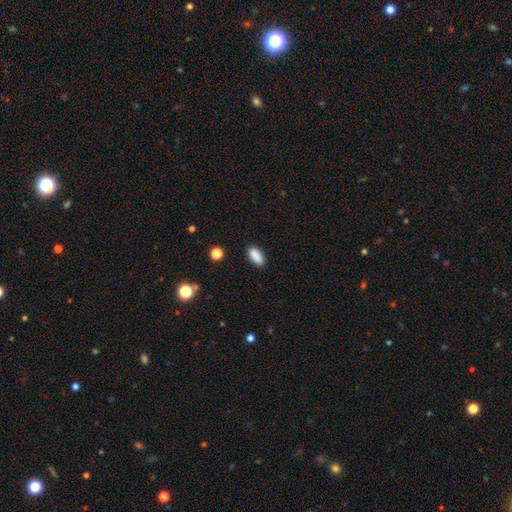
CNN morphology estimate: smooth_or_featured: smooth (p=0.88) [alt: star or artifact p=0.08]
how_rounded: in between (p=0.85) [alt: cigar-shaped p=0.12]
merging: none (p=0.87) [alt: minor disturbance p=0.09]